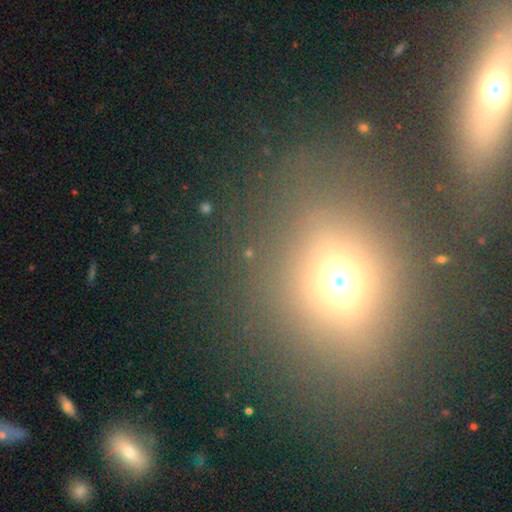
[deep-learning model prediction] Q: Smooth or featured?
A: smooth (55%); runner-up: star or artifact (29%)
Q: How rounded?
A: round (63%); runner-up: in between (35%)
Q: Merging?
A: none (74%); runner-up: minor disturbance (11%)